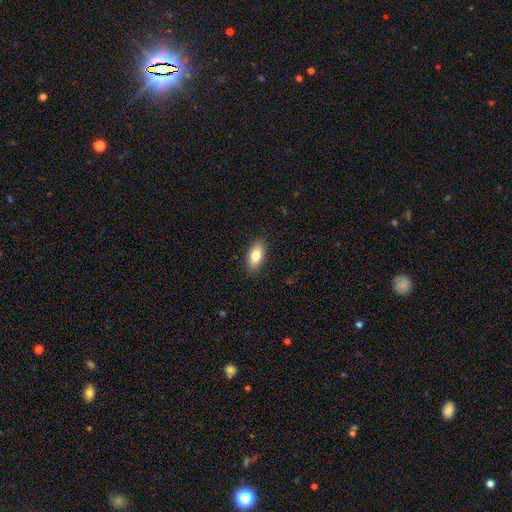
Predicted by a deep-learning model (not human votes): Smooth or featured? Predicted: smooth (p=0.83). How rounded? Predicted: in between (p=0.91). Merging? Predicted: none (p=0.88).